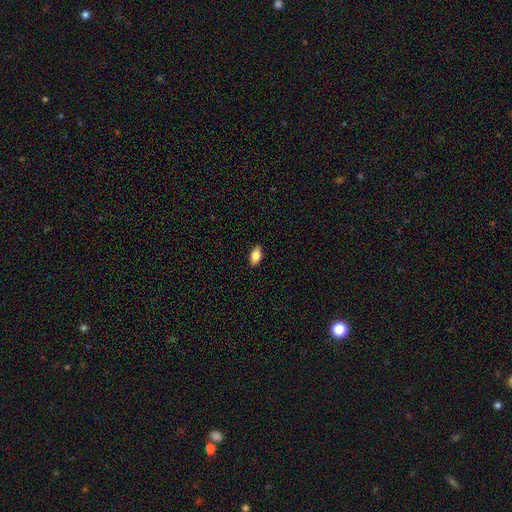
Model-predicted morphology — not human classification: smooth 84%, featured or disk 9%, star or artifact 7%. Down the decision tree: how rounded — in between (92%); merging — none (90%).